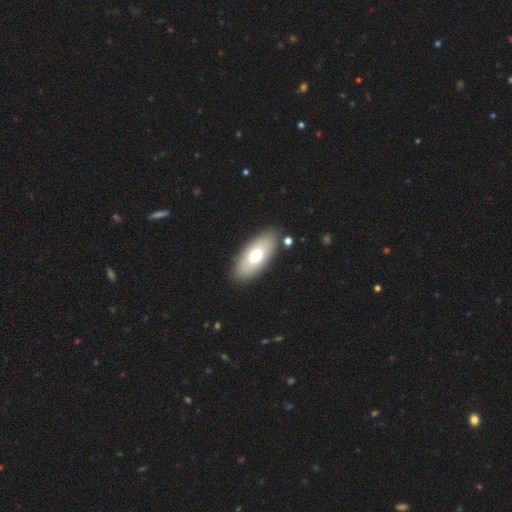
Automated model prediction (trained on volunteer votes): Smooth or featured?
  - smooth: 66% *
  - featured or disk: 28%
  - star or artifact: 7%
How rounded?
  - in between: 88% *
  - cigar-shaped: 10%
  - round: 3%
Merging?
  - none: 85% *
  - minor disturbance: 9%
  - merger: 3%
  - major disturbance: 3%